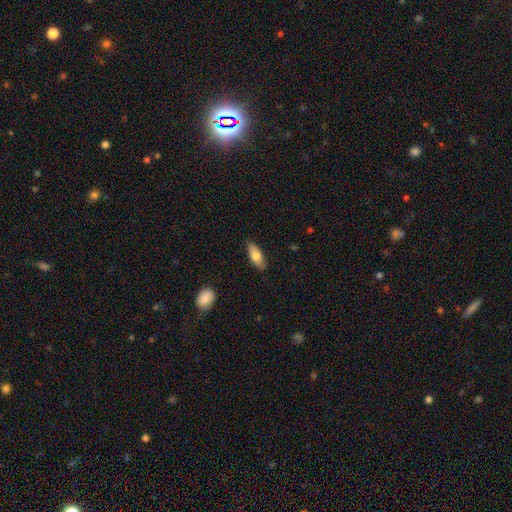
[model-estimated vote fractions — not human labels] This appears to be a smooth galaxy with no disk features (75%) that is in between round and cigar-shaped (79%). Merging: none (84%).